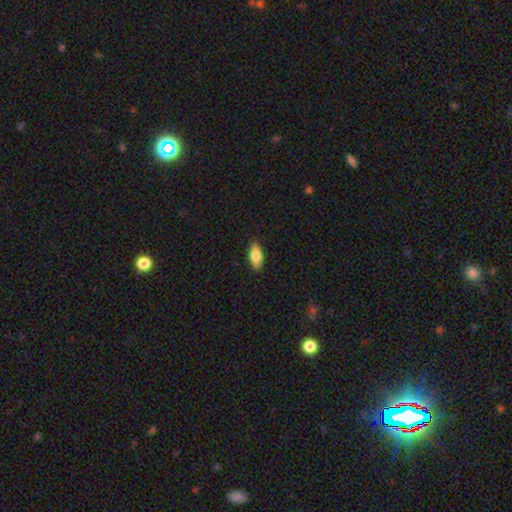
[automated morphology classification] A smooth galaxy with no disk features (70%) that is in between round and cigar-shaped (78%). Merging: none (88%).